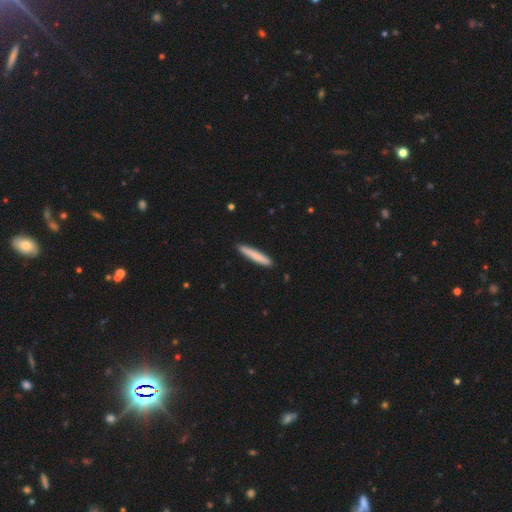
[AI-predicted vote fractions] Smooth or featured: smooth — 80% (featured or disk — 15%)
How rounded: cigar-shaped — 95% (in between — 4%)
Merging: none — 91% (minor disturbance — 6%)